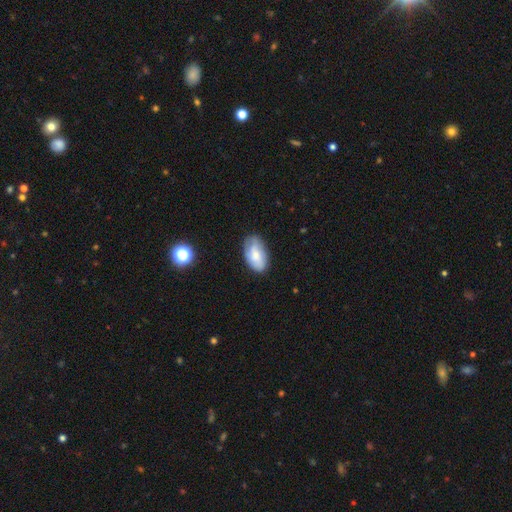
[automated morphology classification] Overall: smooth (65%; featured or disk 28%). How rounded: in between (93%). Merging: none (74%).